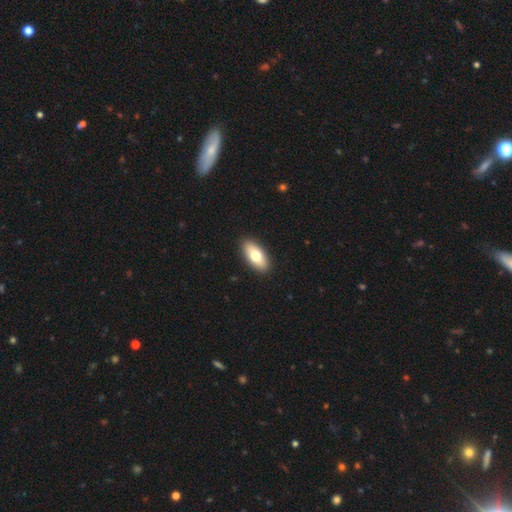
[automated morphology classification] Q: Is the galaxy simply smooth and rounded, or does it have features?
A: smooth — 74%.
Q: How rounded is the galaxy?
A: in between — 90%.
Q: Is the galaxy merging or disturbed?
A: none — 91%.